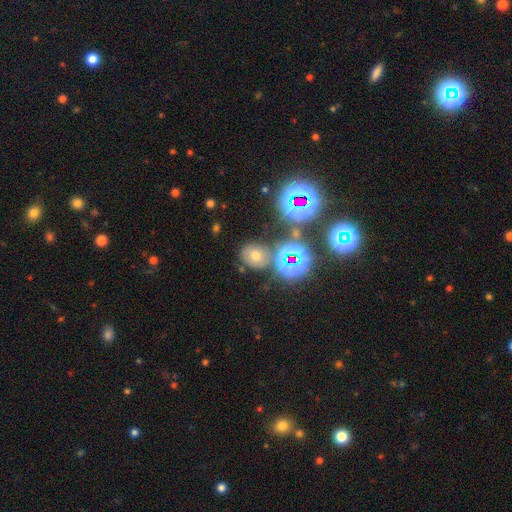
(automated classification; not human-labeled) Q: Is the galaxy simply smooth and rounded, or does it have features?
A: smooth — 52%.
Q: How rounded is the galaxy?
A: round — 68%.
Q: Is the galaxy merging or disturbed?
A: none — 74%.